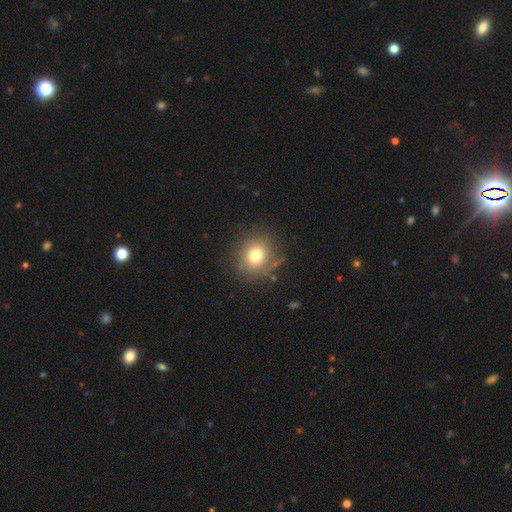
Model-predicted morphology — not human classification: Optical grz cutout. It shows a smooth galaxy with no disk features (76%) that is round (83%). Merging: none (82%).